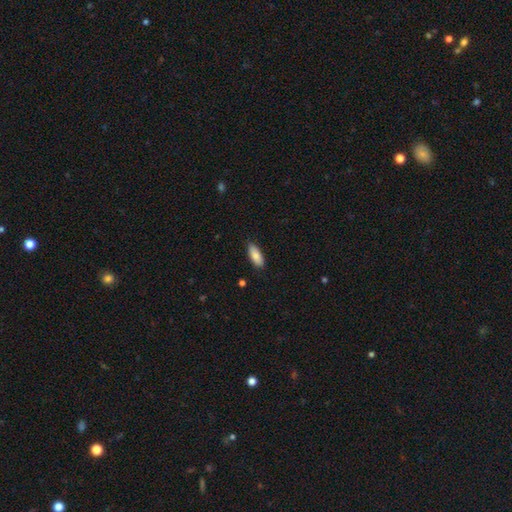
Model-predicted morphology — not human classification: Q: Smooth or featured?
A: smooth (83%); runner-up: featured or disk (11%)
Q: How rounded?
A: in between (77%); runner-up: cigar-shaped (21%)
Q: Merging?
A: none (85%); runner-up: minor disturbance (12%)